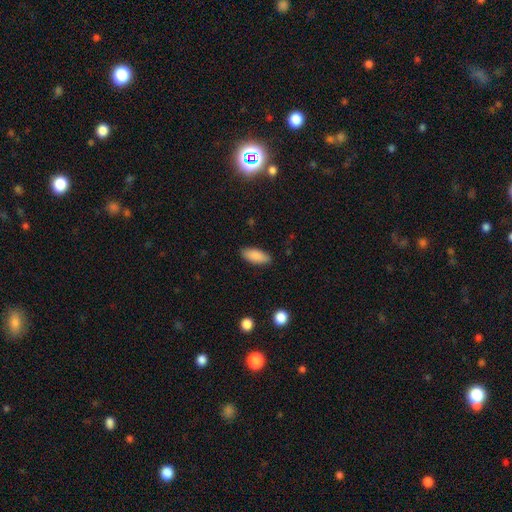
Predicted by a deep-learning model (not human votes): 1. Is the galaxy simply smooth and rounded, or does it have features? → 88% smooth, 7% star or artifact, 5% featured or disk.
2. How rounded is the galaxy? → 80% in between, 18% cigar-shaped, 2% round.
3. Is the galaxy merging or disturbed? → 87% none, 10% minor disturbance, 2% major disturbance, 1% merger.